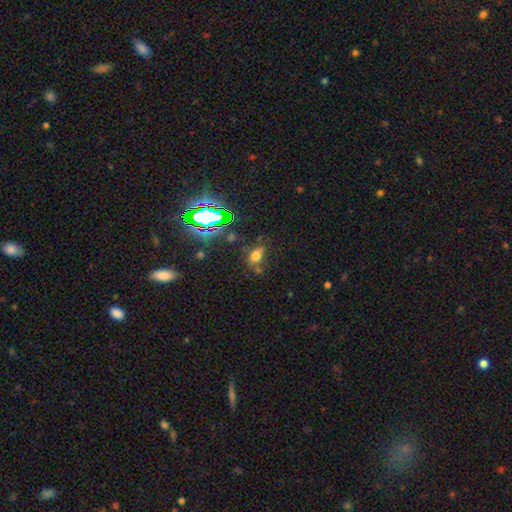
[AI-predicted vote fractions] This appears to be a smooth galaxy with no disk features (61%) that is in between round and cigar-shaped (70%). Merging: none (65%).